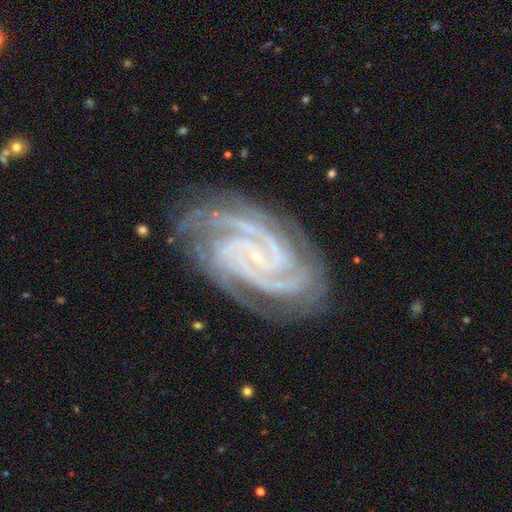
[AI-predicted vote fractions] This is clearly a featured or disk galaxy (93%). It is clearly not viewed edge-on (98%). Bar: possibly no (60%). Spiral arm pattern: clearly yes (99%). Spiral arm count: marginally 3 (29%). Spiral winding: likely tight (74%). Central bulge: clearly small (88%). Merging: likely none (79%).